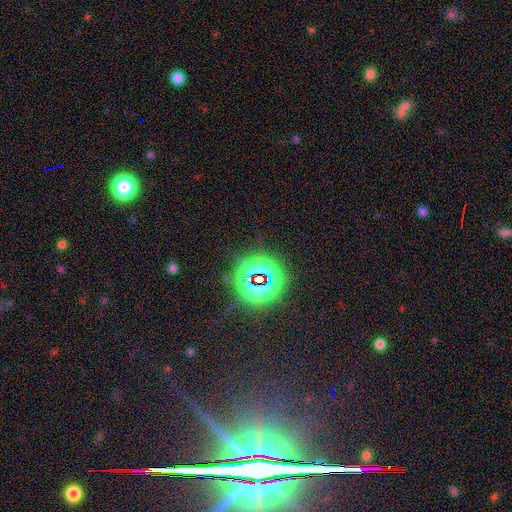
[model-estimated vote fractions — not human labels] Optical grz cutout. It shows a star or artifact, not a galaxy (84%).